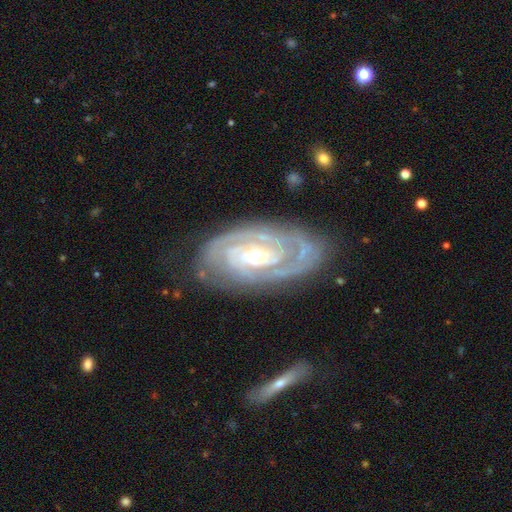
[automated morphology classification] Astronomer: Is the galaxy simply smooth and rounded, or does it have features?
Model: featured or disk — 90%.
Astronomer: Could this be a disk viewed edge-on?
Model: no — 96%.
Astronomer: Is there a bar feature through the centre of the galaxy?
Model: no — 49% (runner-up: weak, 35%).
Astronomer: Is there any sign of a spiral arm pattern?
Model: yes — 97%.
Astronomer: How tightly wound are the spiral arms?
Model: tight — 72%.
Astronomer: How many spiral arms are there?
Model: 2 — 42% (runner-up: 3, 24%).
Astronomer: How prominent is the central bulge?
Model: moderate — 55% (runner-up: small, 41%).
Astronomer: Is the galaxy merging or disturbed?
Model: none — 75%.